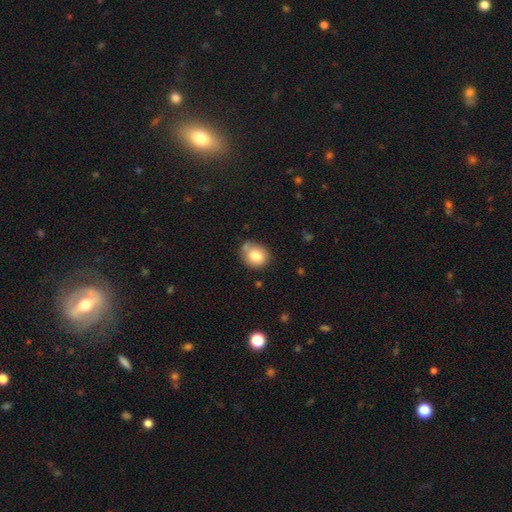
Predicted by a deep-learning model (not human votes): Smooth or featured? smooth (80%)
How rounded? round (72%)
Merging? none (62%)